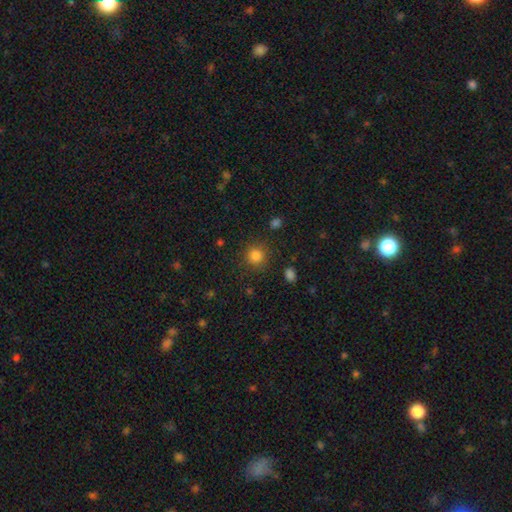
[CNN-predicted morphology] smooth_or_featured: smooth (p=0.82) [alt: star or artifact p=0.13]
how_rounded: round (p=0.92) [alt: in between p=0.07]
merging: none (p=0.87) [alt: minor disturbance p=0.08]